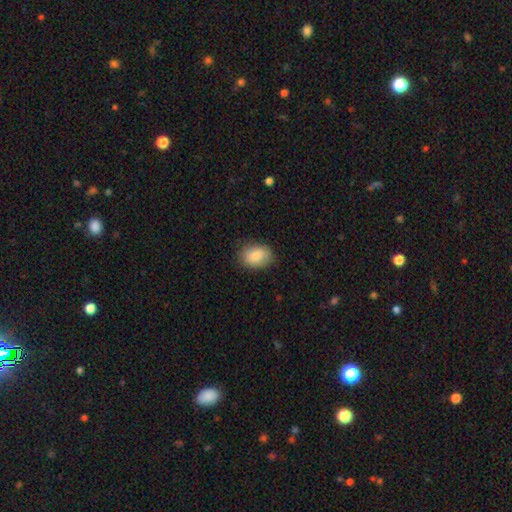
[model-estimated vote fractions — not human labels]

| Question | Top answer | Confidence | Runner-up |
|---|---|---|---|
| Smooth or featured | smooth | 85% | featured or disk (8%) |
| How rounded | in between | 79% | round (20%) |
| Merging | none | 81% | minor disturbance (15%) |